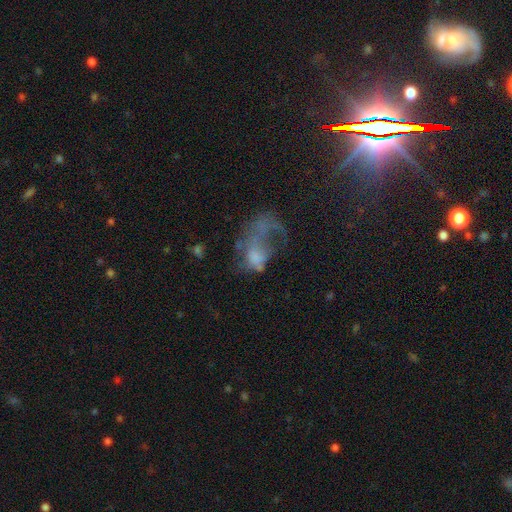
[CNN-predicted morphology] Smooth or featured?
  - featured or disk: 48% *
  - smooth: 39%
  - star or artifact: 13%
Merging?
  - major disturbance: 65% *
  - none: 16%
  - minor disturbance: 11%
  - merger: 9%